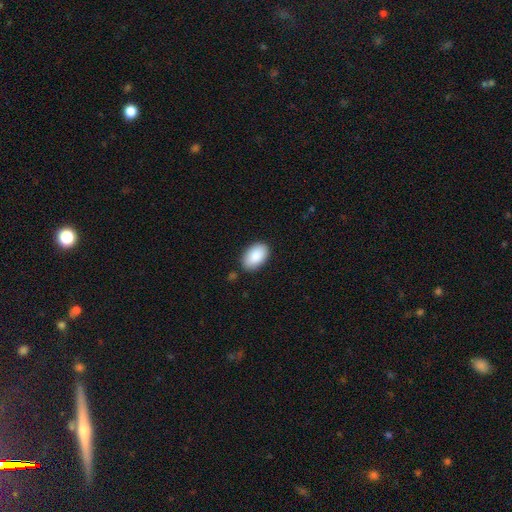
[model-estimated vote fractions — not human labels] This appears to be a smooth galaxy with no disk features (90%) that is in between round and cigar-shaped (93%). Merging: none (86%).